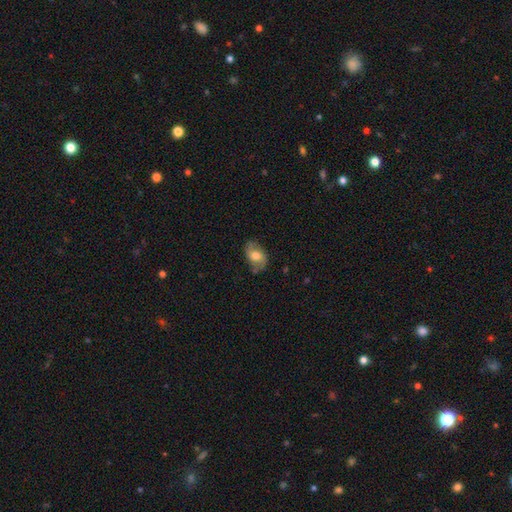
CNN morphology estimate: Q: Smooth or featured?
A: smooth (60%); runner-up: featured or disk (32%)
Q: How rounded?
A: in between (84%); runner-up: round (15%)
Q: Merging?
A: none (72%); runner-up: minor disturbance (21%)